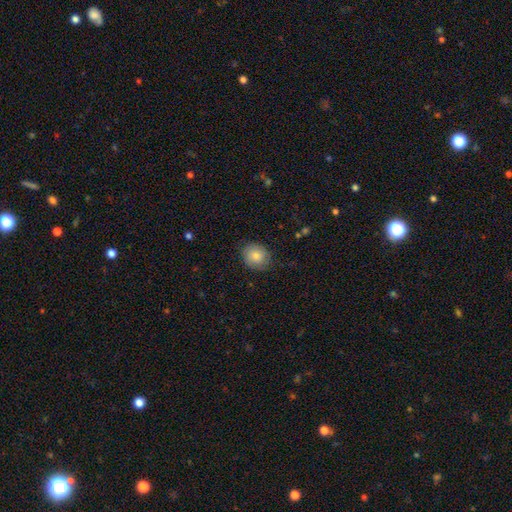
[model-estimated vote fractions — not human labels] The model was most divided on "how rounded": round: 74%, in between: 25%, cigar-shaped: 1%. More confident: merging — none (80%); smooth or featured — smooth (75%).